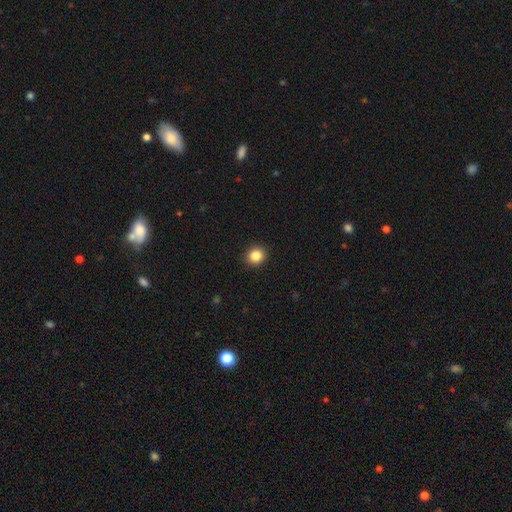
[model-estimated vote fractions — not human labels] Smooth or featured? smooth (86%)
How rounded? round (83%)
Merging? none (91%)